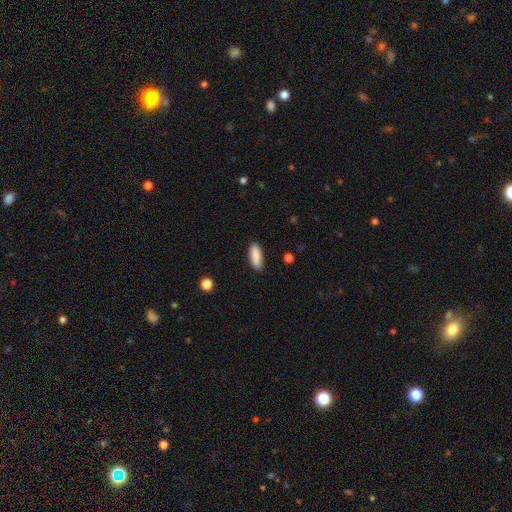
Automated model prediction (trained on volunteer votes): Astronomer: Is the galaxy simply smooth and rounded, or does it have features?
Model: smooth — 90%.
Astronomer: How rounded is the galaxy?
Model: in between — 69%.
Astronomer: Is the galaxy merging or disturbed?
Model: none — 89%.